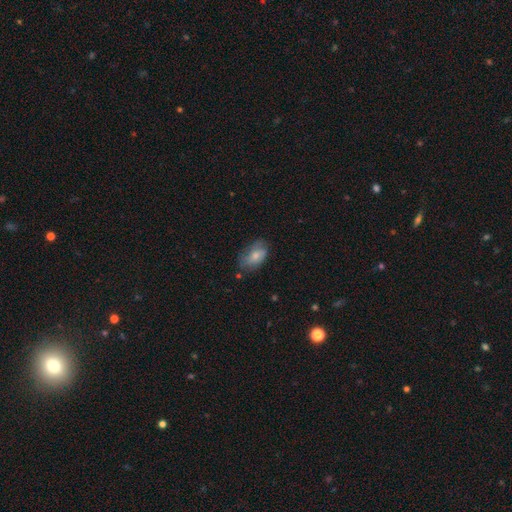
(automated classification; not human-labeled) Q: Smooth or featured?
A: smooth (67%); runner-up: featured or disk (25%)
Q: How rounded?
A: in between (91%); runner-up: round (7%)
Q: Merging?
A: none (60%); runner-up: minor disturbance (29%)